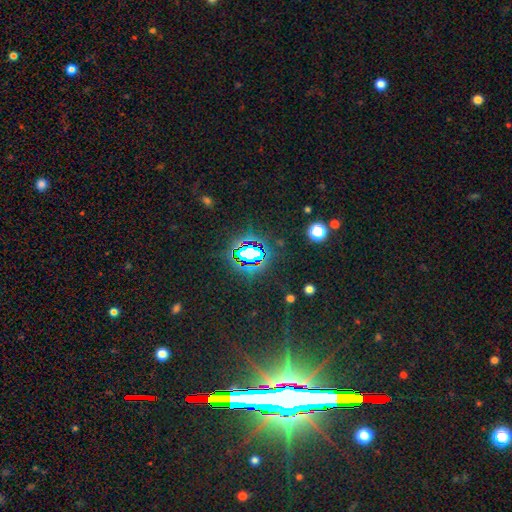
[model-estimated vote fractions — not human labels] smooth_or_featured: star or artifact (p=0.80) [alt: smooth p=0.11]